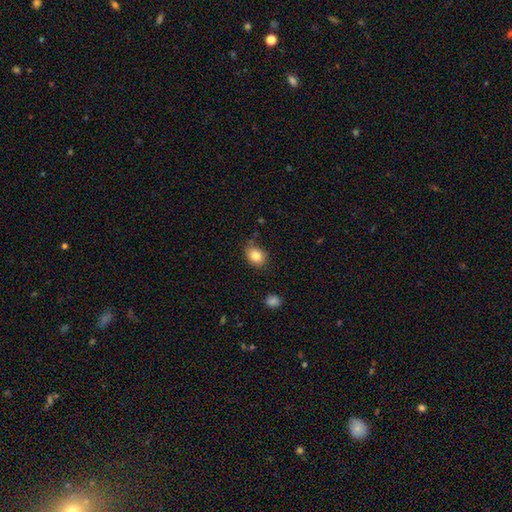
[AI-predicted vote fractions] smooth_or_featured: smooth (p=0.82) [alt: star or artifact p=0.10]
how_rounded: round (p=0.50) [alt: in between p=0.49]
merging: none (p=0.79) [alt: minor disturbance p=0.16]